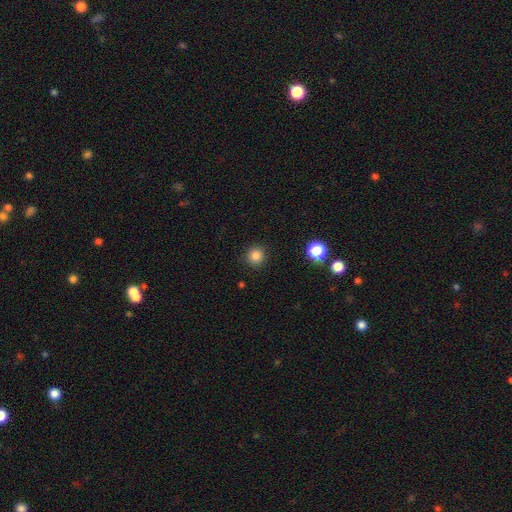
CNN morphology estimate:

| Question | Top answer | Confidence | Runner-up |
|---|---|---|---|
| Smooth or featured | smooth | 83% | star or artifact (13%) |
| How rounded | round | 93% | in between (6%) |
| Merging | none | 90% | minor disturbance (6%) |